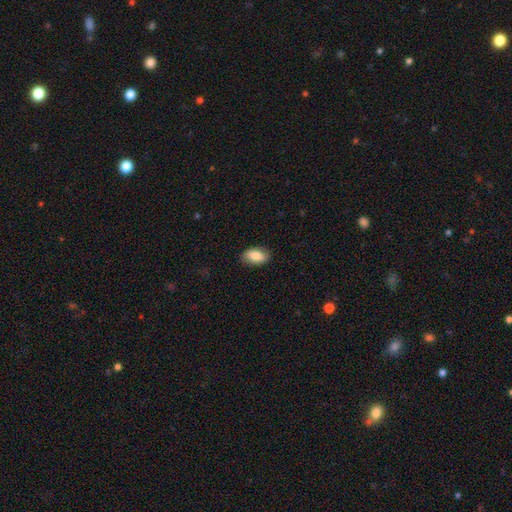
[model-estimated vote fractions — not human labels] Smooth or featured? Predicted: smooth (p=0.81). How rounded? Predicted: in between (p=0.92). Merging? Predicted: none (p=0.86).